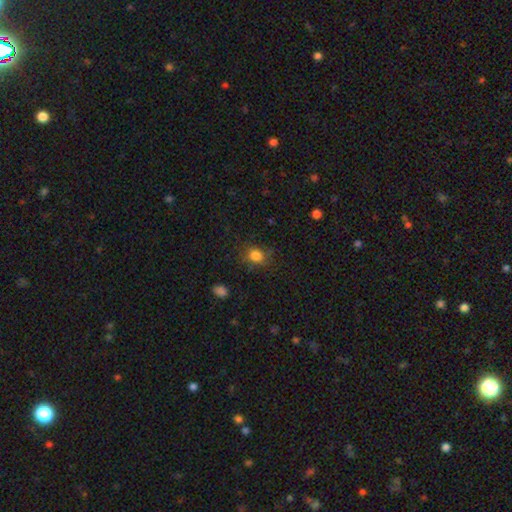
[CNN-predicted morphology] This appears to be a smooth galaxy with no disk features (82%) that is round (62%). Merging: none (75%).